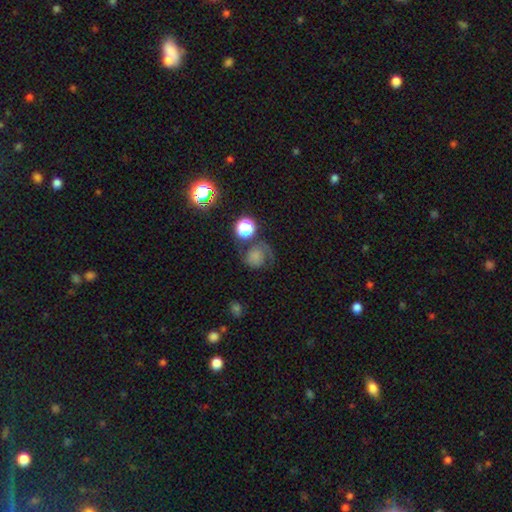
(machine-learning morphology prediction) A smooth galaxy with no disk features (48%).

Vote fractions:
- Smooth or featured? smooth: 48% / featured or disk: 35% / star or artifact: 16%
- Merging? none: 49% / minor disturbance: 22% / major disturbance: 21% / merger: 7%